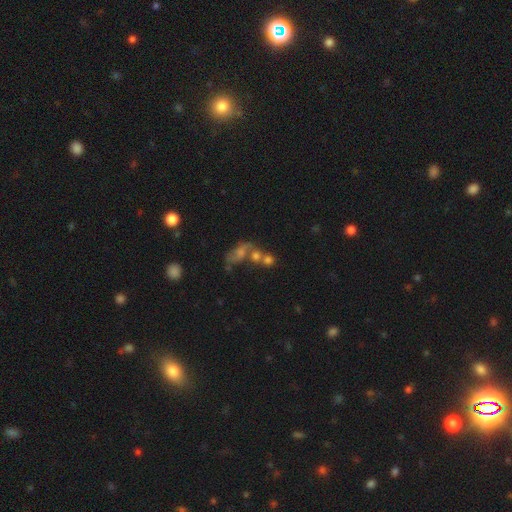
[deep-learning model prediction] Smooth or featured? smooth (50%)
How rounded? in between (49%)
Merging? merger (50%)